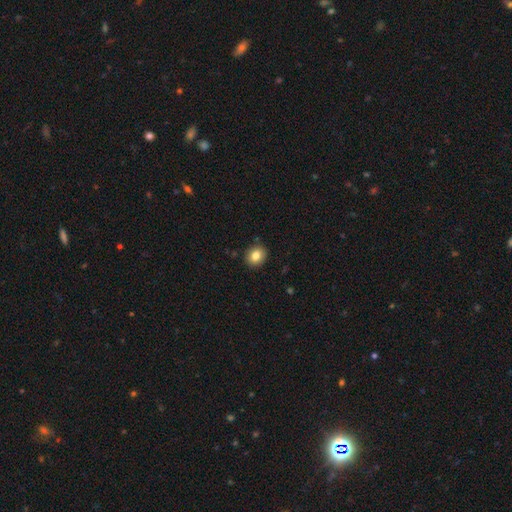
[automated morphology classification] Smooth or featured? Predicted: smooth (p=0.83). How rounded? Predicted: round (p=0.75). Merging? Predicted: none (p=0.90).